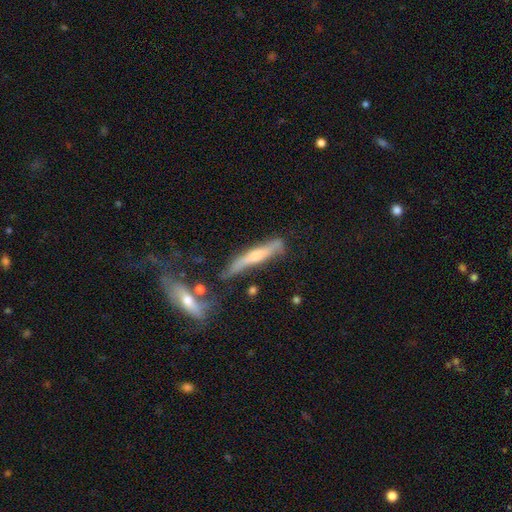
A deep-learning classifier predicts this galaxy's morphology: This appears to be a featured or disk galaxy (49%). Merging: none (57%).